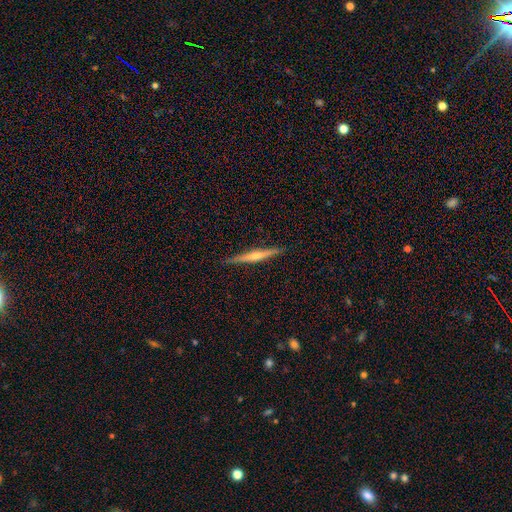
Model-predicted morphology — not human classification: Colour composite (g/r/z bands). It shows a featured or disk galaxy (70%) viewed edge-on (98%) with a rounded central bulge (82%). Merging: none (91%).